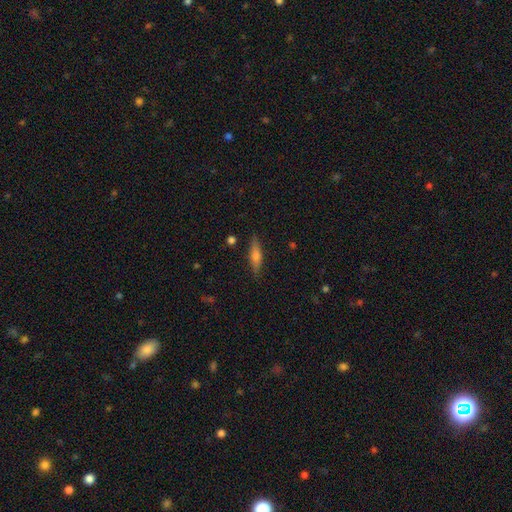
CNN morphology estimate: Smooth or featured: smooth — 47% (featured or disk — 45%)
Merging: none — 87% (minor disturbance — 10%)